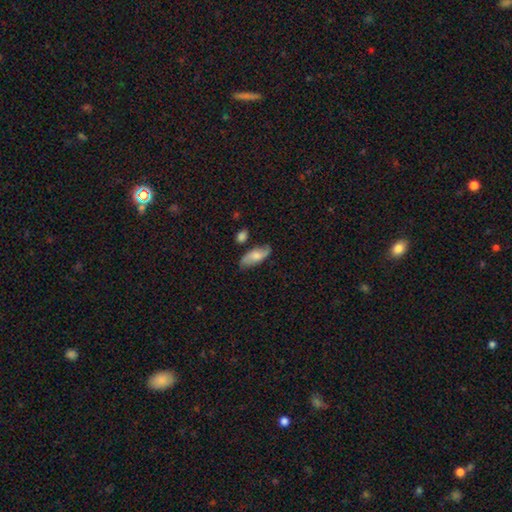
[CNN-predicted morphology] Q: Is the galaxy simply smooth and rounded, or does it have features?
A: smooth — 53%.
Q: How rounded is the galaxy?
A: in between — 79%.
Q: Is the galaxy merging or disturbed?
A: none — 70%.